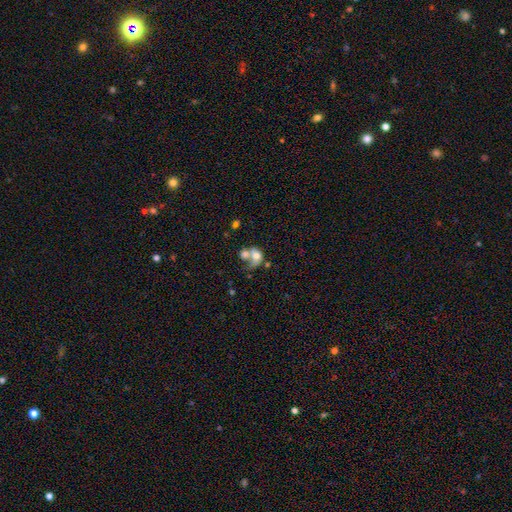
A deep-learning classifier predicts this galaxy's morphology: Smooth or featured: smooth — 58% (featured or disk — 32%)
How rounded: in between — 53% (round — 45%)
Merging: merger — 61% (major disturbance — 16%)